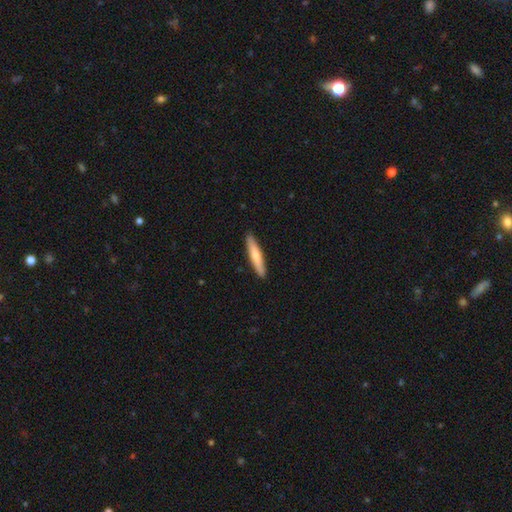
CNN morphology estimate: A smooth galaxy with no disk features (67%) that is cigar-shaped (91%).

Vote fractions:
- Smooth or featured? smooth: 67% / featured or disk: 28% / star or artifact: 5%
- How rounded? cigar-shaped: 91% / in between: 7% / round: 1%
- Merging? none: 91% / minor disturbance: 6% / major disturbance: 1% / merger: 1%